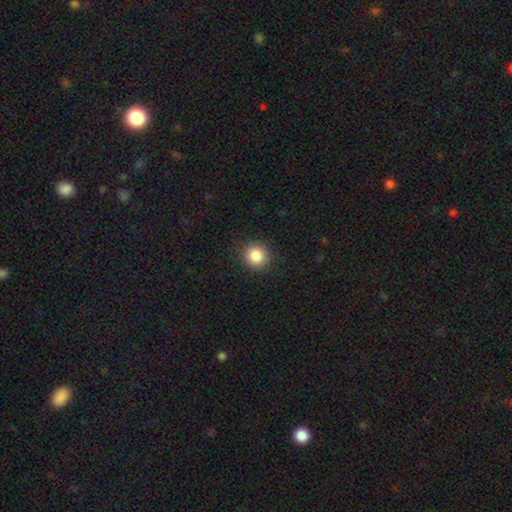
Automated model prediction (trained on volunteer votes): Smooth or featured? Predicted: smooth (p=0.86). How rounded? Predicted: round (p=0.92). Merging? Predicted: none (p=0.91).